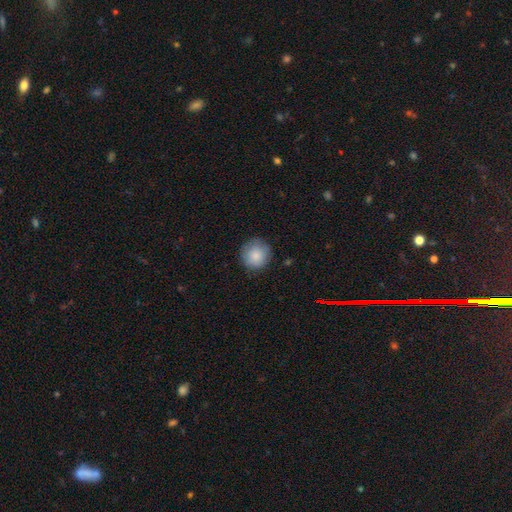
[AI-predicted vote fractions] A smooth galaxy with no disk features (86%) that is round (92%).

Vote fractions:
- Smooth or featured? smooth: 86% / star or artifact: 7% / featured or disk: 7%
- How rounded? round: 92% / in between: 7% / cigar-shaped: 1%
- Merging? none: 84% / minor disturbance: 12% / major disturbance: 3% / merger: 1%